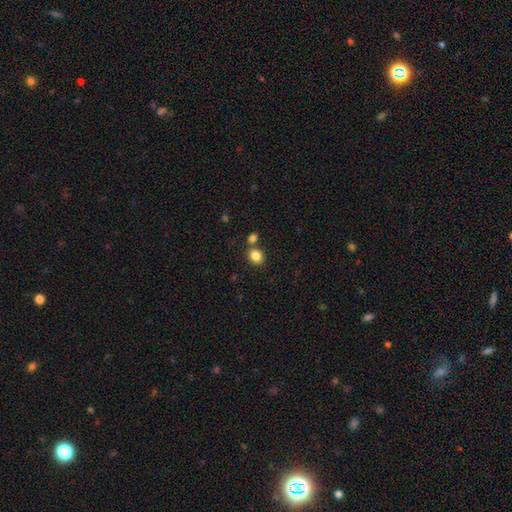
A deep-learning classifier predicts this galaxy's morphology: A smooth galaxy with no disk features (85%) that is round (64%).

Vote fractions:
- Smooth or featured? smooth: 85% / star or artifact: 10% / featured or disk: 5%
- How rounded? round: 64% / in between: 36% / cigar-shaped: 1%
- Merging? none: 70% / merger: 19% / minor disturbance: 9% / major disturbance: 3%